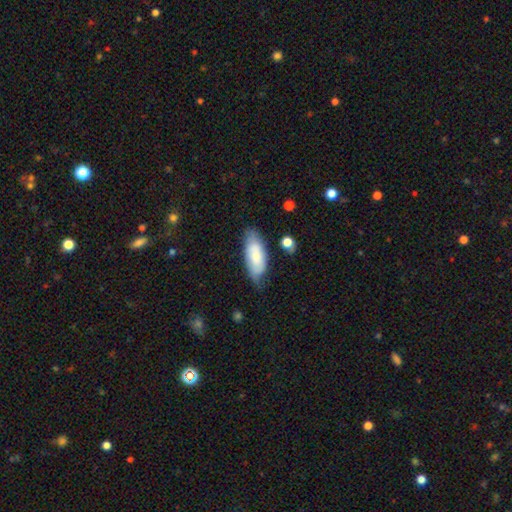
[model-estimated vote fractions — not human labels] smooth_or_featured: smooth (p=0.70) [alt: featured or disk p=0.24]
how_rounded: in between (p=0.81) [alt: cigar-shaped p=0.17]
merging: none (p=0.63) [alt: minor disturbance p=0.28]